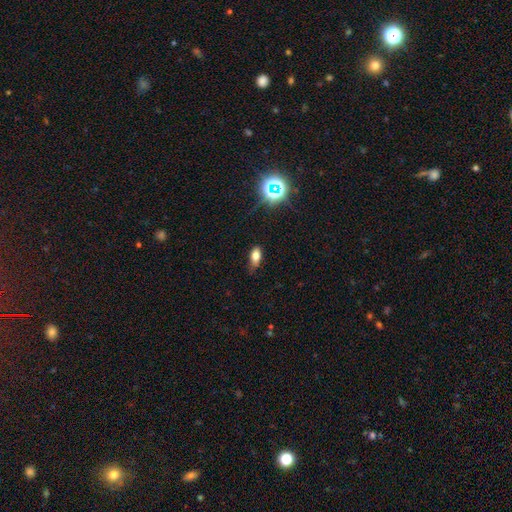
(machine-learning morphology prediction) Overall: smooth (71%). How rounded: in between (83%). Merging: none (68%).